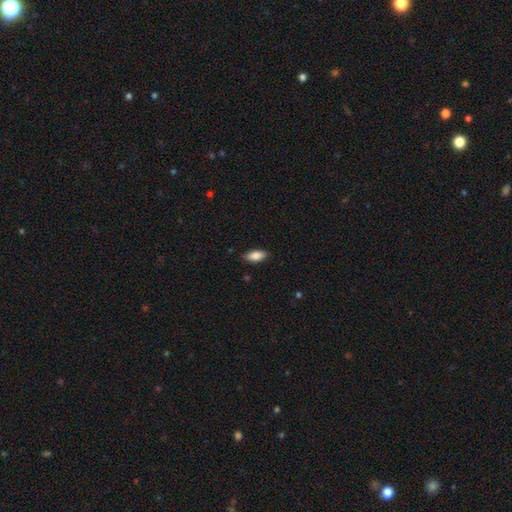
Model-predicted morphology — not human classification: smooth_or_featured: smooth (p=0.85) [alt: featured or disk p=0.08]
how_rounded: in between (p=0.87) [alt: cigar-shaped p=0.10]
merging: none (p=0.87) [alt: minor disturbance p=0.10]